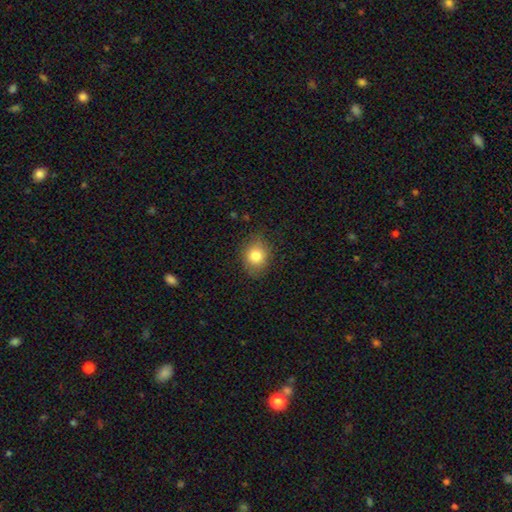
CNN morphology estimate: This is clearly a smooth galaxy (82%). How rounded: possibly round (55%). Merging: clearly none (81%).